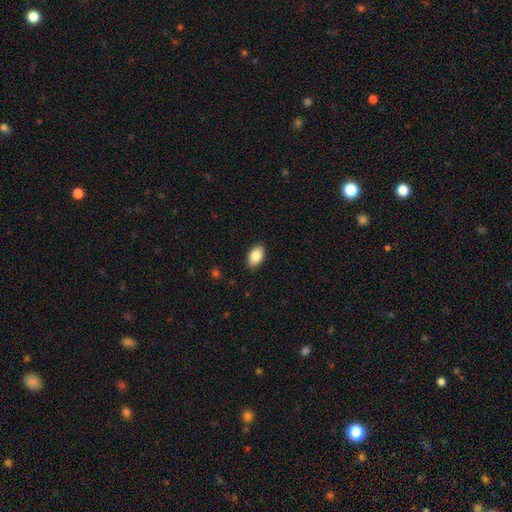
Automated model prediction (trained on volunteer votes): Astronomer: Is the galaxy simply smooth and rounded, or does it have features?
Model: smooth — 86%.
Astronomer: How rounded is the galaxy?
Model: in between — 92%.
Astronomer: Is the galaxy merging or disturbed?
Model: none — 89%.